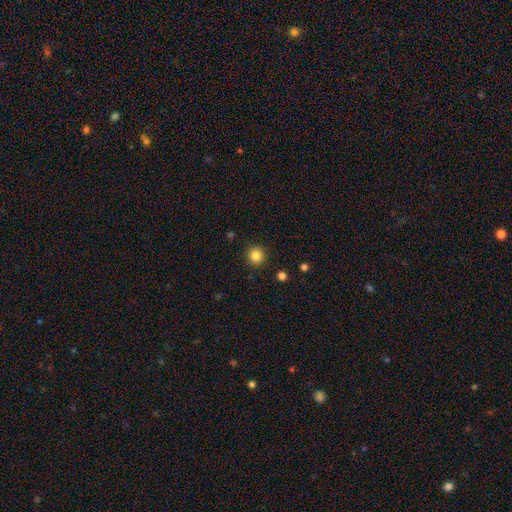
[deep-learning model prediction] This appears to be a smooth galaxy with no disk features (84%) that is round (95%). Merging: none (92%).